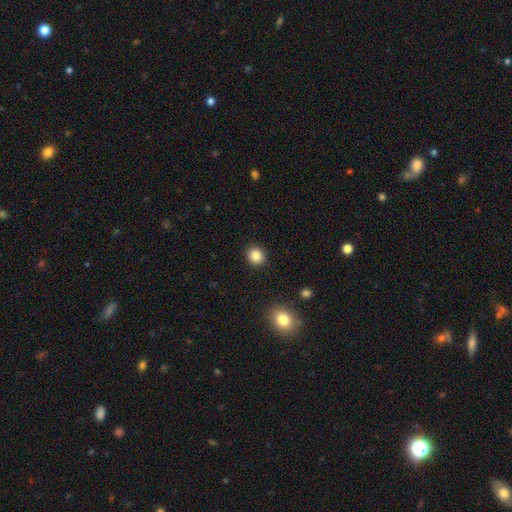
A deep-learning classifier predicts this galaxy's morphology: Smooth or featured: smooth — 85% (star or artifact — 10%)
How rounded: round — 85% (in between — 14%)
Merging: none — 91% (minor disturbance — 5%)